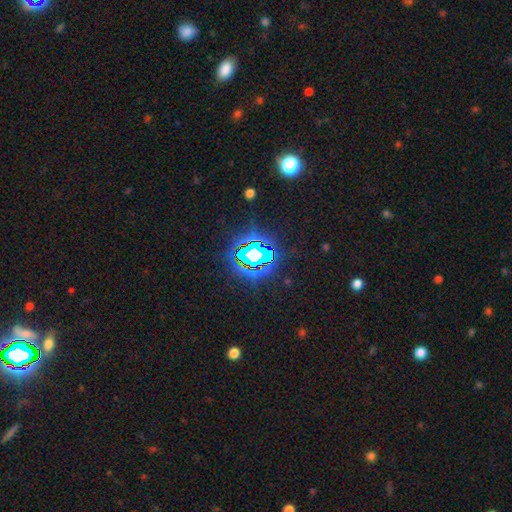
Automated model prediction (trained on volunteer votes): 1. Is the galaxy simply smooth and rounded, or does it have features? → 74% star or artifact, 14% smooth, 12% featured or disk.